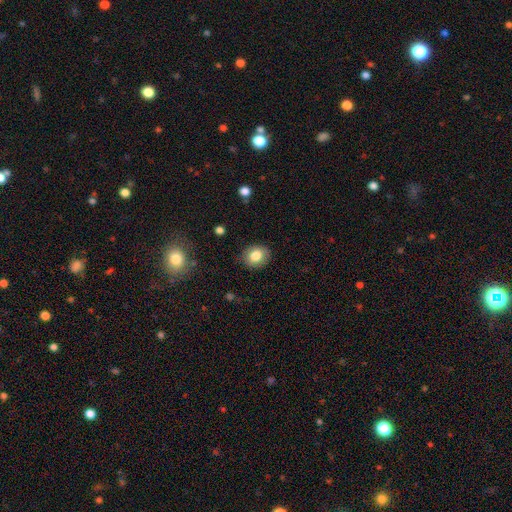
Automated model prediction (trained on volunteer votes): smooth-or-featured: smooth: 81% | featured or disk: 10% | star or artifact: 9%
  how-rounded: round: 58% | in between: 41% | cigar-shaped: 1%
  merging: none: 86% | minor disturbance: 10% | major disturbance: 3% | merger: 1%